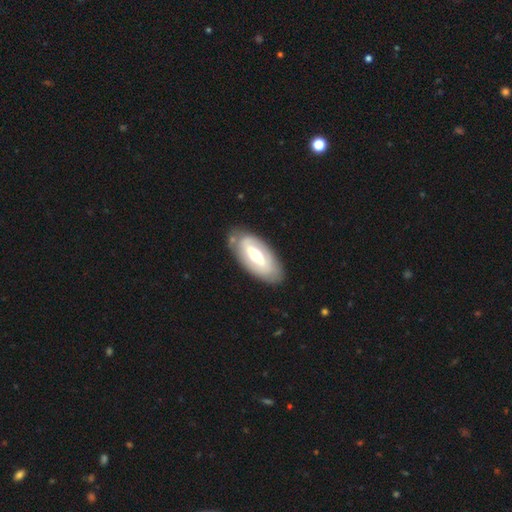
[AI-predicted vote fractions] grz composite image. It shows a featured or disk galaxy (63%) with a strong bar (37%), no spiral arms (59%) and a moderate central bulge (68%). Merging: none (78%).